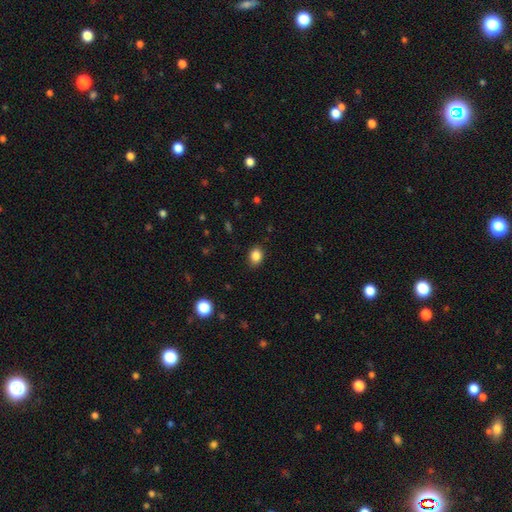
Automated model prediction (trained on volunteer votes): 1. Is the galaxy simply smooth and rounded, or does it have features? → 86% smooth, 10% star or artifact, 4% featured or disk.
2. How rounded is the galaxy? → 56% in between, 43% round, 1% cigar-shaped.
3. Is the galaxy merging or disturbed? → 87% none, 9% minor disturbance, 2% major disturbance, 1% merger.